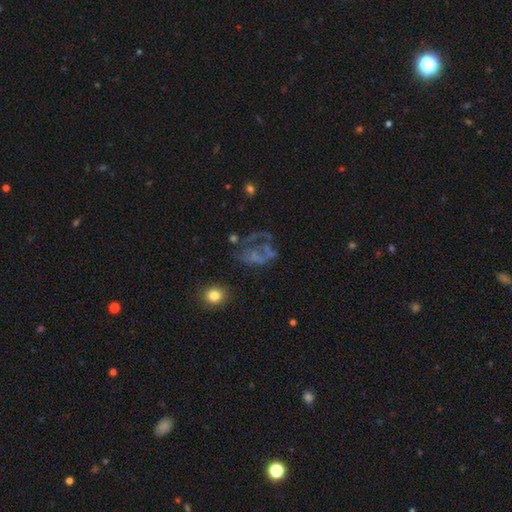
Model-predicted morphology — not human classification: smooth-or-featured: featured or disk: 56% | smooth: 23% | star or artifact: 21%
  disk-edge-on: no: 97% | yes: 3%
    bar: no: 89% | weak: 9% | strong: 3%
    has-spiral-arms: no: 80% | yes: 20%
    bulge-size: none: 71% | small: 14% | moderate: 10% | large: 3% | dominant: 1%
  merging: major disturbance: 43% | none: 32% | minor disturbance: 16% | merger: 10%